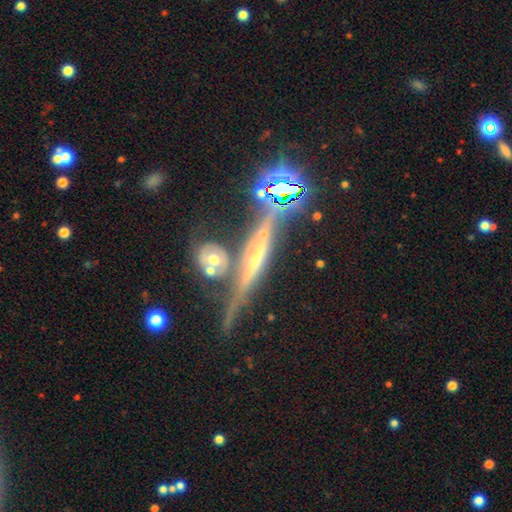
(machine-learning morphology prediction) type=featured or disk (65%); edge-on=yes (90%); edge-on bulge=none (39%); merging=none (59%).